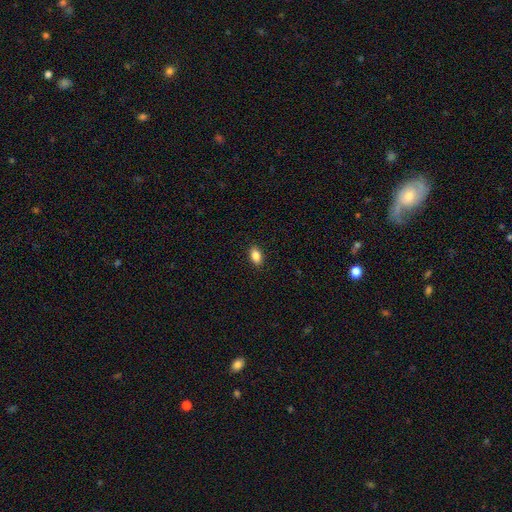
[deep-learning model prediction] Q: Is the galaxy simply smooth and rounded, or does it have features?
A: smooth — 87%.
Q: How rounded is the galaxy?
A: in between — 90%.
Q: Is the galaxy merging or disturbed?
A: none — 90%.